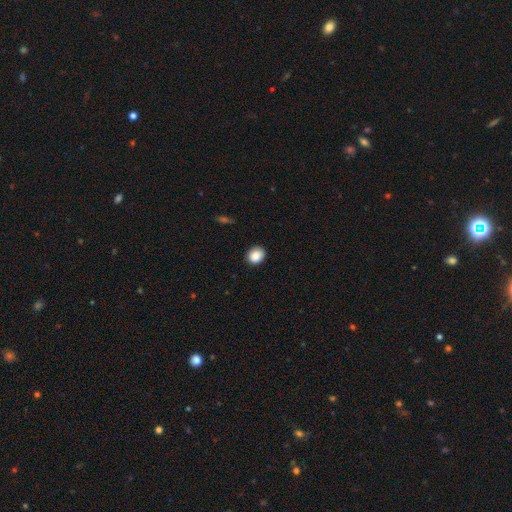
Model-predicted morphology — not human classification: Smooth or featured?
  - smooth: 86% *
  - star or artifact: 9%
  - featured or disk: 5%
How rounded?
  - round: 69% *
  - in between: 30%
  - cigar-shaped: 1%
Merging?
  - none: 90% *
  - minor disturbance: 7%
  - major disturbance: 2%
  - merger: 1%